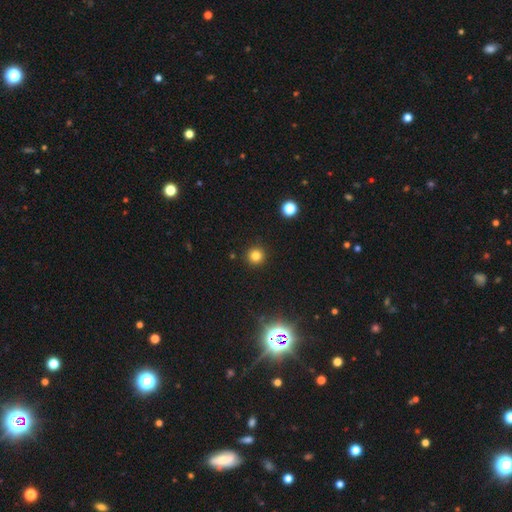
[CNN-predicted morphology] This is clearly a smooth galaxy (80%). How rounded: clearly round (95%). Merging: clearly none (91%).